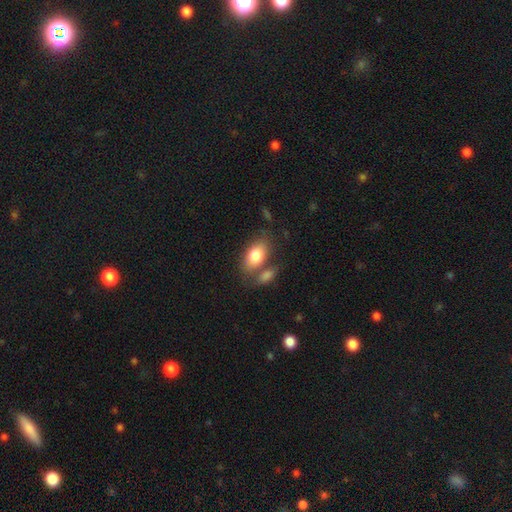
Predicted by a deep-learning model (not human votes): A smooth galaxy with no disk features (80%) that is in between round and cigar-shaped (90%). Merging: none (53%).